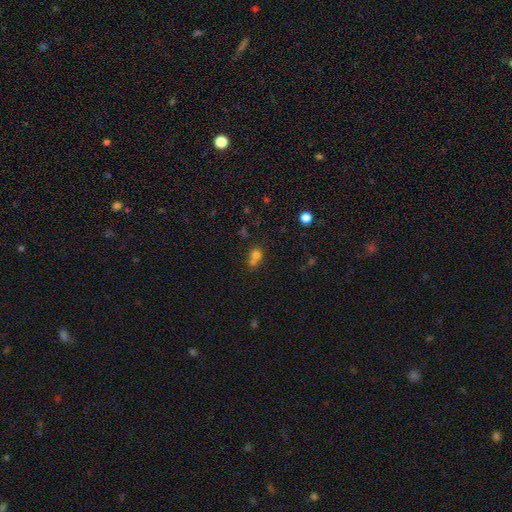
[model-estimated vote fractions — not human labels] smooth 71%, star or artifact 17%, featured or disk 12%. Down the decision tree: how rounded — round (73%); merging — merger (53%).